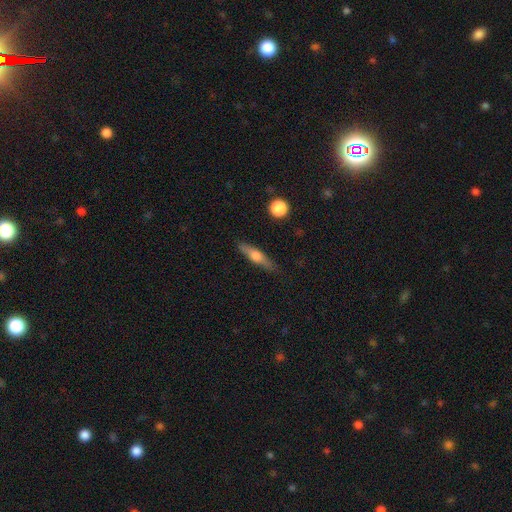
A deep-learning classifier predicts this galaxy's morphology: This is possibly a smooth galaxy (48%). Merging: clearly none (83%).